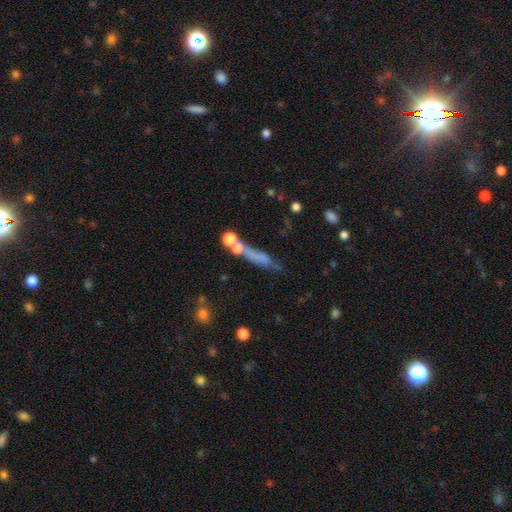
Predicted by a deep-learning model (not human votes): A smooth galaxy with no disk features (57%) that is cigar-shaped (79%).

Vote fractions:
- Smooth or featured? smooth: 57% / featured or disk: 28% / star or artifact: 15%
- How rounded? cigar-shaped: 79% / in between: 15% / round: 6%
- Merging? none: 55% / minor disturbance: 19% / merger: 15% / major disturbance: 11%